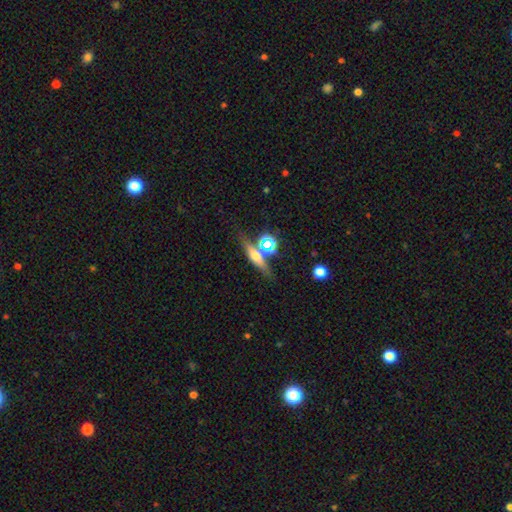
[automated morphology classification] Q: Smooth or featured?
A: featured or disk (49%); runner-up: smooth (36%)
Q: Merging?
A: none (69%); runner-up: merger (15%)